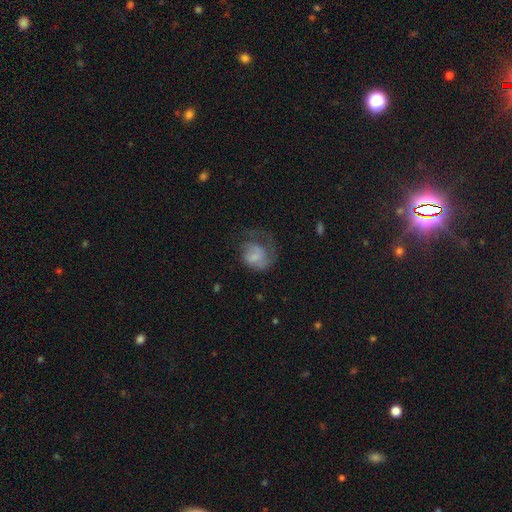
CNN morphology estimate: Smooth or featured: smooth — 49% (featured or disk — 42%)
Merging: major disturbance — 47% (none — 29%)